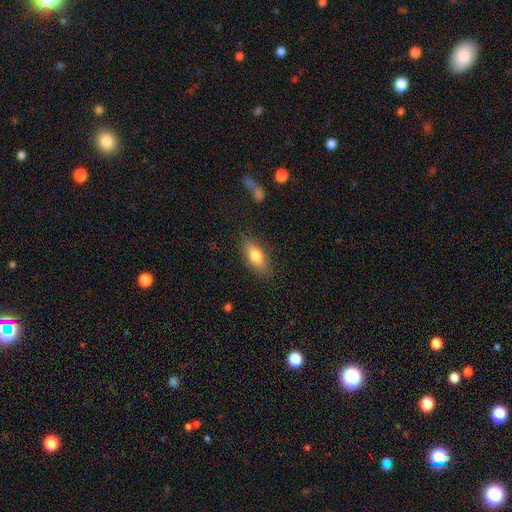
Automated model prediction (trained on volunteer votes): Smooth or featured: smooth — 77% (featured or disk — 16%)
How rounded: in between — 74% (cigar-shaped — 22%)
Merging: none — 83% (minor disturbance — 12%)